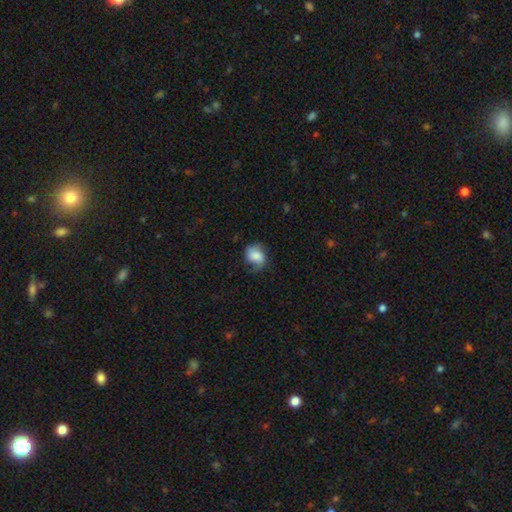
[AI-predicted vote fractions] Smooth or featured? smooth (66%)
How rounded? in between (51%)
Merging? none (55%)